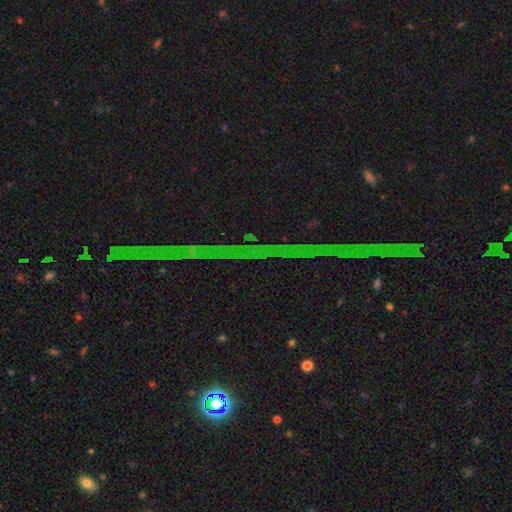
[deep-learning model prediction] star or artifact 83%, featured or disk 10%, smooth 7%.